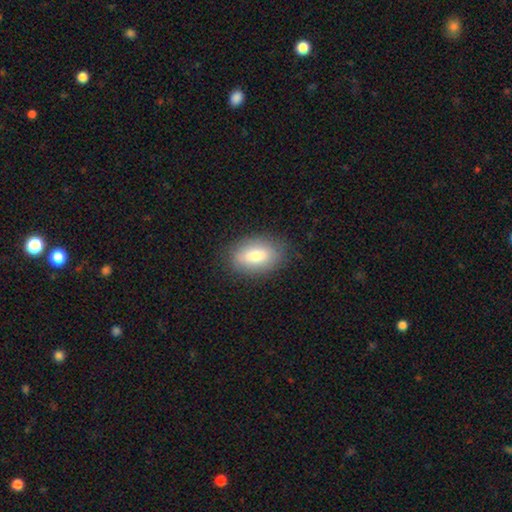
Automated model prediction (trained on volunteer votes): Smooth or featured?
  - smooth: 78% *
  - featured or disk: 15%
  - star or artifact: 7%
How rounded?
  - in between: 89% *
  - round: 8%
  - cigar-shaped: 3%
Merging?
  - none: 84% *
  - minor disturbance: 12%
  - major disturbance: 3%
  - merger: 1%